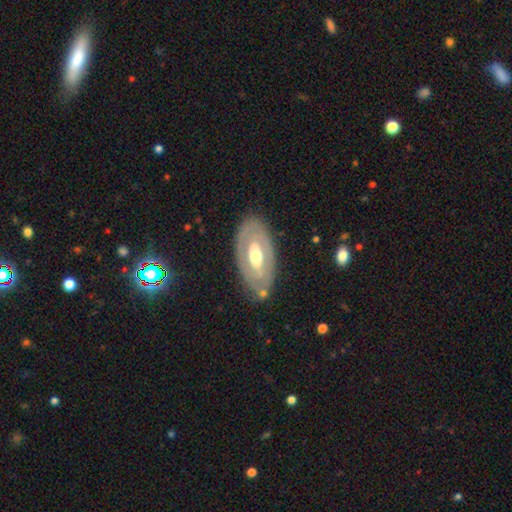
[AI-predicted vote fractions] Smooth or featured: featured or disk — 65% (smooth — 31%)
Edge-on disk: no — 88% (yes — 12%)
Bar: no — 58% (weak — 26%)
Spiral arms: no — 76% (yes — 24%)
Bulge size: moderate — 72% (large — 14%)
Merging: none — 79% (minor disturbance — 14%)